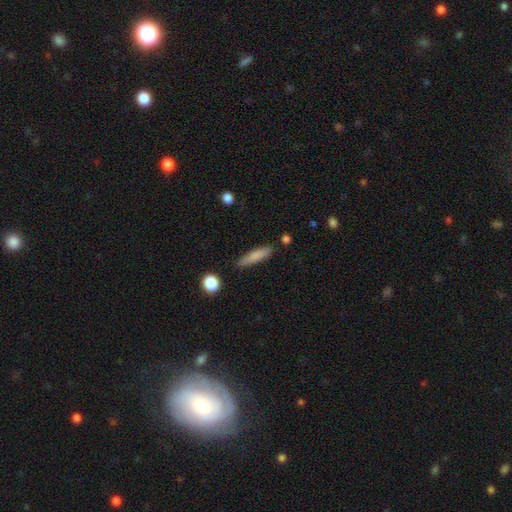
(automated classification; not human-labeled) Smooth or featured?
  - smooth: 80% *
  - featured or disk: 13%
  - star or artifact: 7%
How rounded?
  - cigar-shaped: 78% *
  - in between: 20%
  - round: 2%
Merging?
  - none: 78% *
  - minor disturbance: 15%
  - major disturbance: 3%
  - merger: 3%